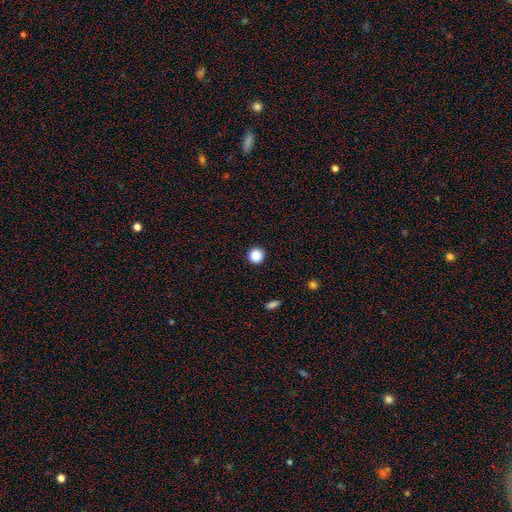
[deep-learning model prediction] This appears to be a smooth galaxy with no disk features (87%) that is round (96%). Merging: none (93%).